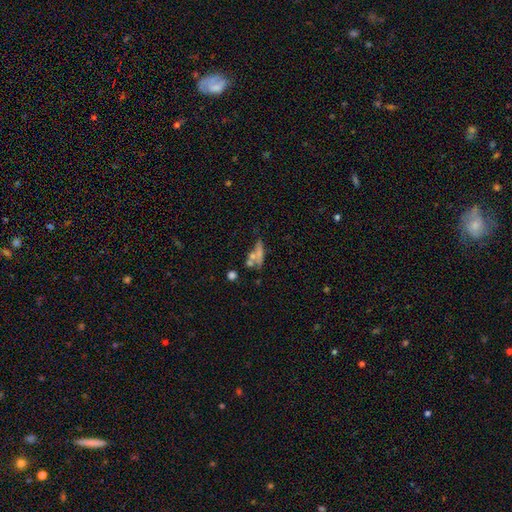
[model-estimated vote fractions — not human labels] Smooth or featured: smooth — 52% (featured or disk — 35%)
How rounded: cigar-shaped — 52% (in between — 38%)
Merging: none — 37% (merger — 34%)